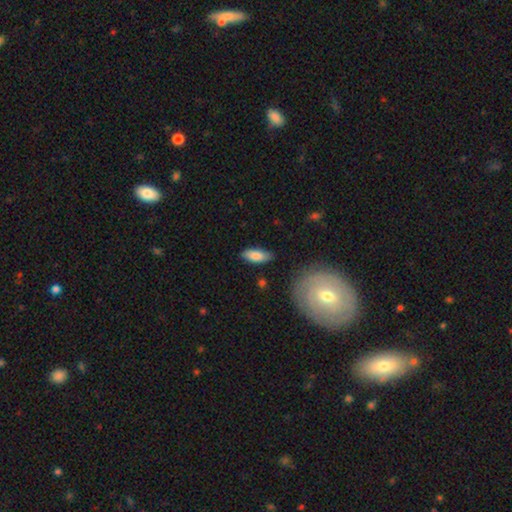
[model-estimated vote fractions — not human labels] smooth_or_featured: smooth (p=0.82) [alt: featured or disk p=0.12]
how_rounded: in between (p=0.81) [alt: cigar-shaped p=0.17]
merging: none (p=0.82) [alt: minor disturbance p=0.14]